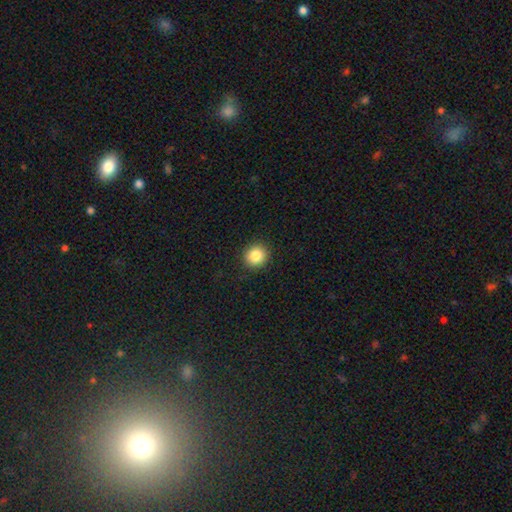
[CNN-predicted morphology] A smooth galaxy with no disk features (85%) that is round (89%). Merging: none (92%).